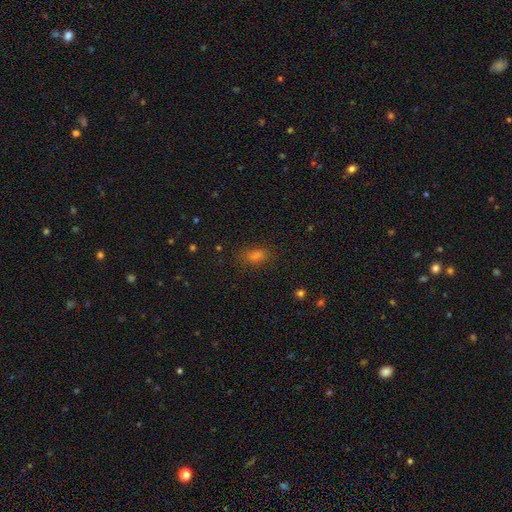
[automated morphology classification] This is likely a smooth galaxy (72%). How rounded: clearly in between (81%). Merging: likely none (77%).